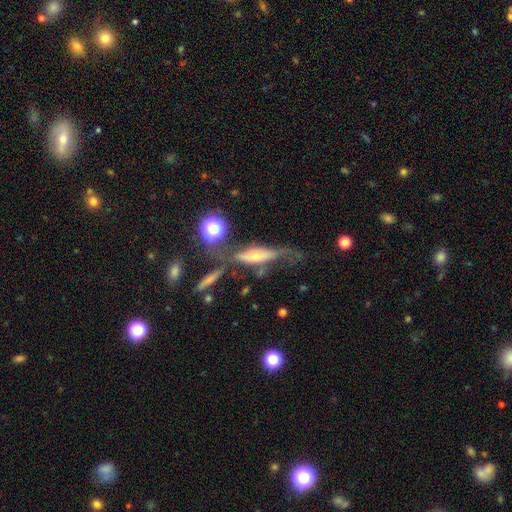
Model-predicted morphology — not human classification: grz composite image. It shows a featured or disk galaxy (60%) viewed edge-on (64%). Merging: none (40%).